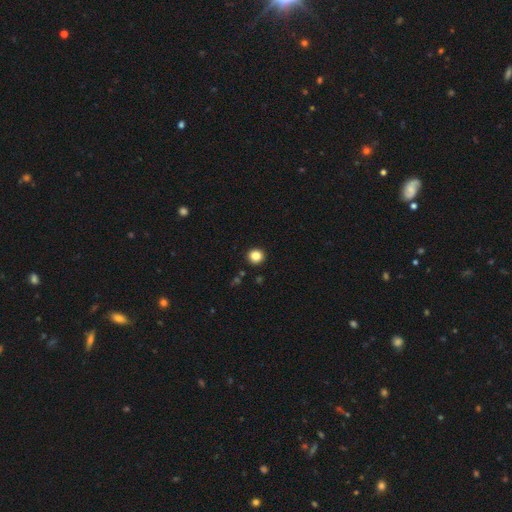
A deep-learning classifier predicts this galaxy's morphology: smooth-or-featured: smooth: 84% | star or artifact: 11% | featured or disk: 5%
  how-rounded: round: 92% | in between: 7% | cigar-shaped: 1%
  merging: none: 93% | minor disturbance: 4% | major disturbance: 1% | merger: 1%